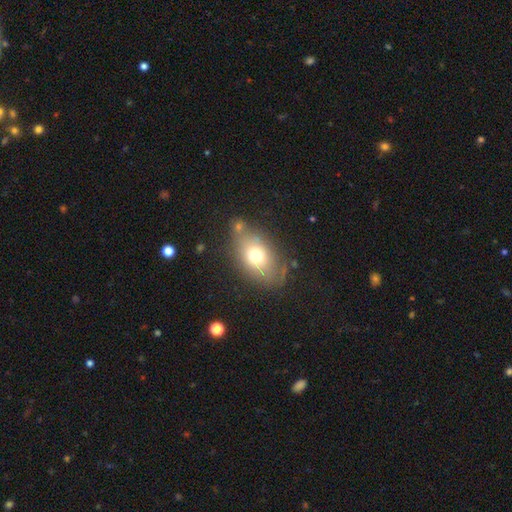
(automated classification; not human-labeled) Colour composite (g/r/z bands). It shows a smooth galaxy with no disk features (68%) that is in between round and cigar-shaped (79%). Merging: none (66%).